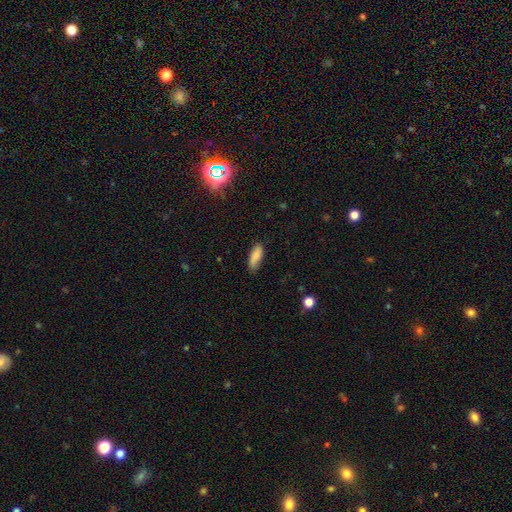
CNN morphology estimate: A smooth galaxy with no disk features (87%) that is in between round and cigar-shaped (65%).

Vote fractions:
- Smooth or featured? smooth: 87% / star or artifact: 7% / featured or disk: 6%
- How rounded? in between: 65% / cigar-shaped: 33% / round: 2%
- Merging? none: 79% / minor disturbance: 17% / major disturbance: 3% / merger: 1%